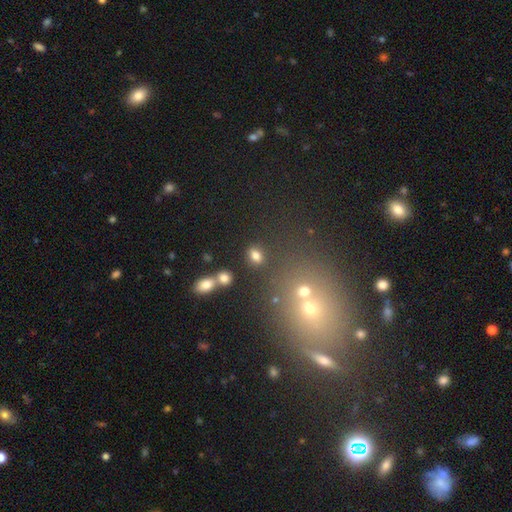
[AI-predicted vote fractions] Morphology: type=smooth (79%); roundness=in between (64%); merging=none (76%).